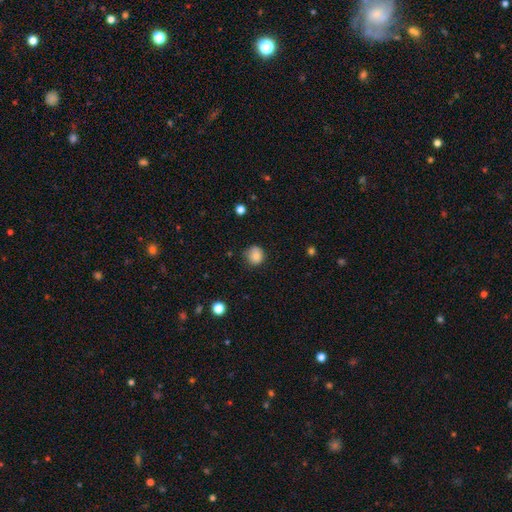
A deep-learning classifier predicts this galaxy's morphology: This is clearly a smooth galaxy (84%). How rounded: clearly round (86%). Merging: likely none (70%).